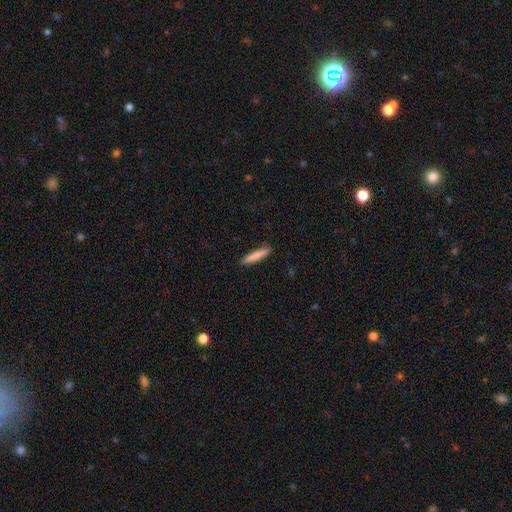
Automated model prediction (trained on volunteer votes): smooth_or_featured: smooth (p=0.80) [alt: featured or disk p=0.14]
how_rounded: cigar-shaped (p=0.93) [alt: in between p=0.06]
merging: none (p=0.89) [alt: minor disturbance p=0.08]